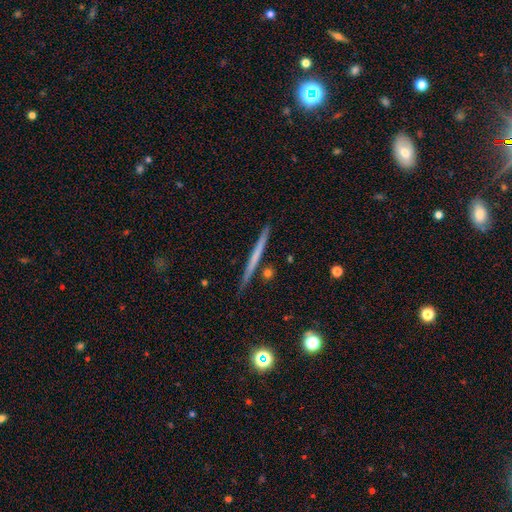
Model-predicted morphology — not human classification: Smooth or featured? Predicted: featured or disk (p=0.48). Merging? Predicted: none (p=0.89).